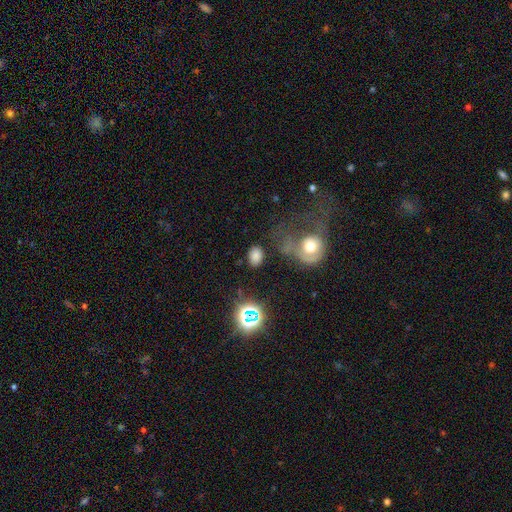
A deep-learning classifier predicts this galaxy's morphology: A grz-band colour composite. It shows a smooth galaxy with no disk features (74%) that is in between round and cigar-shaped (74%). Merging: none (75%).